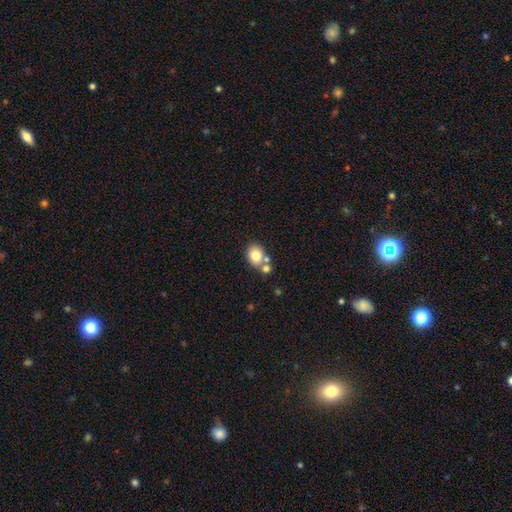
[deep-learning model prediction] A smooth galaxy with no disk features (78%) that is round (51%). Merging: none (56%).